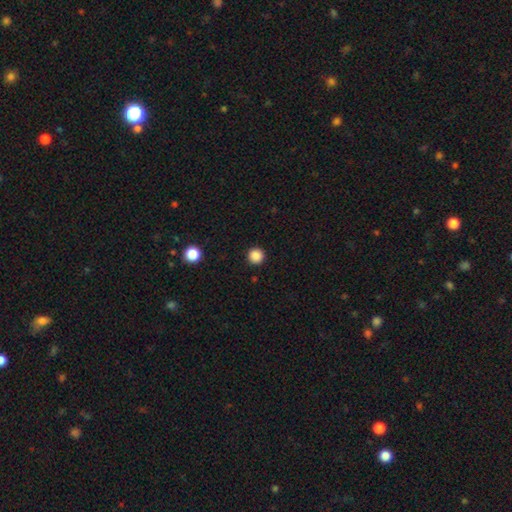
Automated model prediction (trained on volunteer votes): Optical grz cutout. It shows a smooth galaxy with no disk features (87%) that is round (96%). Merging: none (93%).